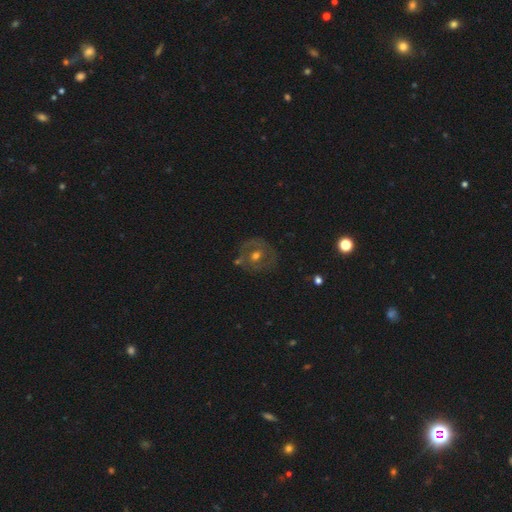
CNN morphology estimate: This is likely a featured or disk galaxy (61%). It is clearly not viewed edge-on (96%). Bar: likely no (71%). Spiral arm pattern: possibly no (55%). Central bulge: likely moderate (72%). Merging: likely none (71%).